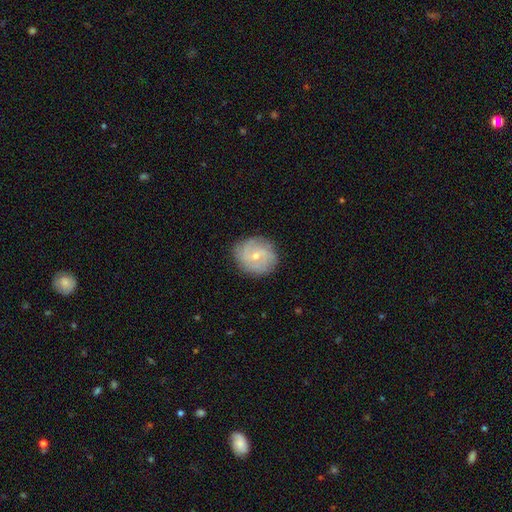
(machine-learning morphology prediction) featured or disk 64%, smooth 29%, star or artifact 7%. Down the decision tree: edge-on disk — no (97%); bar — no (49%); spiral arms — yes (86%); spiral arm count — can't tell (35%, tied with 2); spiral winding — tight (51%); bulge size — small (64%); merging — none (82%).